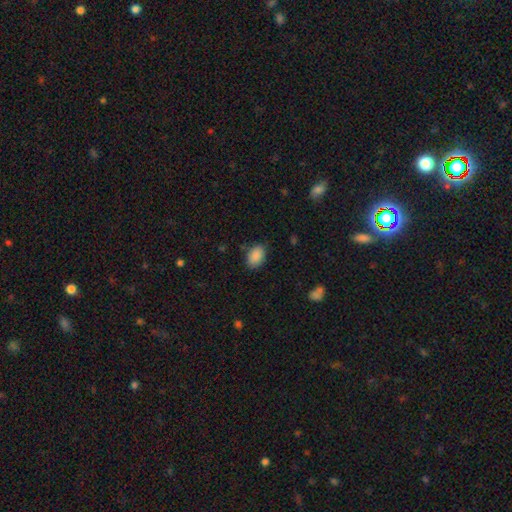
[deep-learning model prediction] Overall: smooth (89%). How rounded: in between (87%). Merging: none (81%).